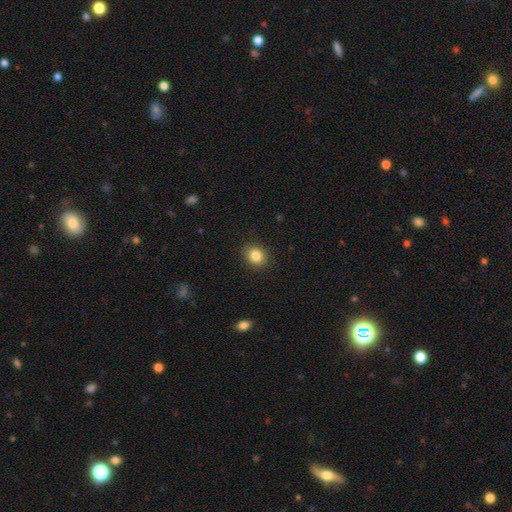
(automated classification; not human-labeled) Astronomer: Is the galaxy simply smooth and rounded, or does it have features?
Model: smooth — 85%.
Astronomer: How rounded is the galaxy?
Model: round — 60% (runner-up: in between, 39%).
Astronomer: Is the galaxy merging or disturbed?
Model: none — 89%.